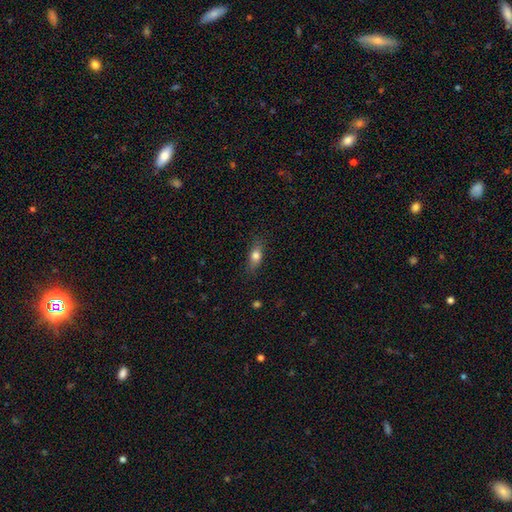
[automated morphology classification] The model was most divided on "how rounded": in between: 70%, cigar-shaped: 21%, round: 9%. More confident: merging — none (81%); smooth or featured — smooth (74%).